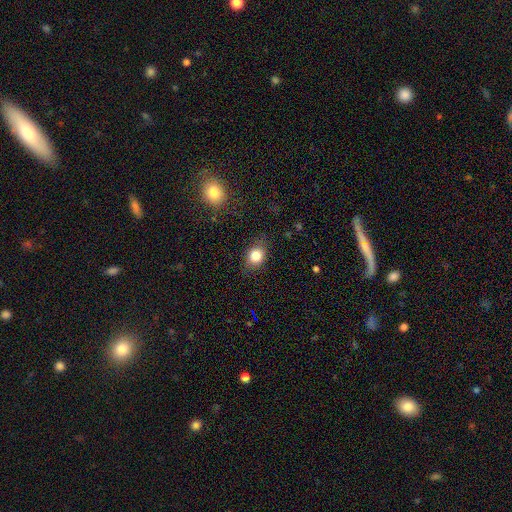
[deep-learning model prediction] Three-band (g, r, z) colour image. It shows a smooth galaxy with no disk features (81%) that is in between round and cigar-shaped (52%). Merging: none (79%).